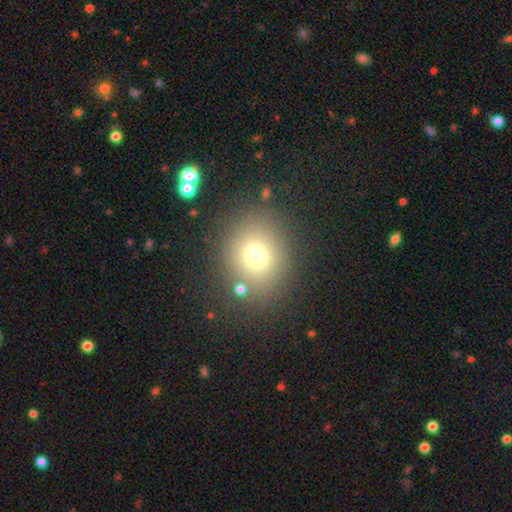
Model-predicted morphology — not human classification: smooth-or-featured: smooth: 71% | star or artifact: 18% | featured or disk: 10%
  how-rounded: round: 78% | in between: 21% | cigar-shaped: 1%
  merging: none: 81% | minor disturbance: 9% | major disturbance: 5% | merger: 5%